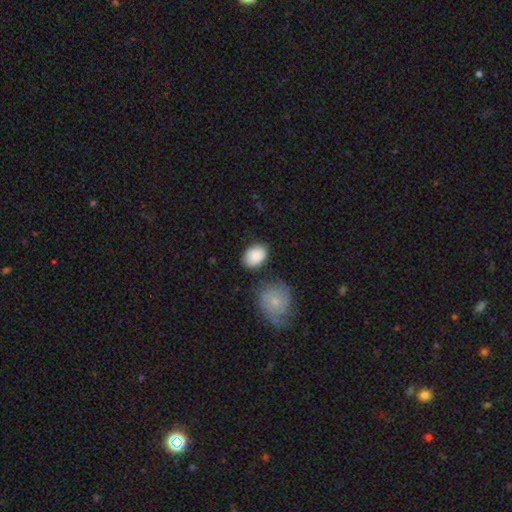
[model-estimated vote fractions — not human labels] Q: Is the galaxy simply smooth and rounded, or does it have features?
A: smooth — 87%.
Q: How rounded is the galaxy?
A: in between — 80%.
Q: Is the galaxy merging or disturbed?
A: none — 73%.